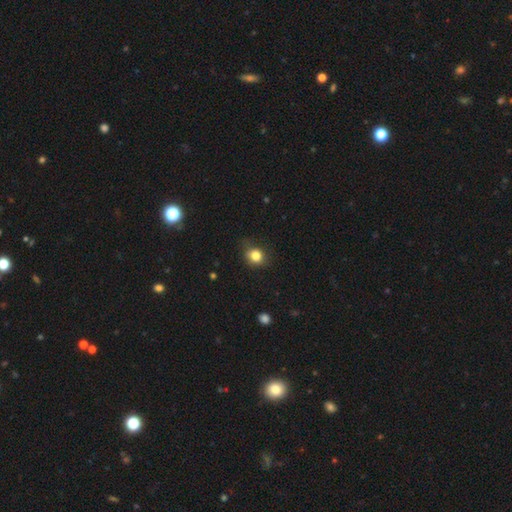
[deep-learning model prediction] Q: Smooth or featured?
A: smooth (82%); runner-up: star or artifact (11%)
Q: How rounded?
A: round (76%); runner-up: in between (23%)
Q: Merging?
A: none (70%); runner-up: minor disturbance (22%)